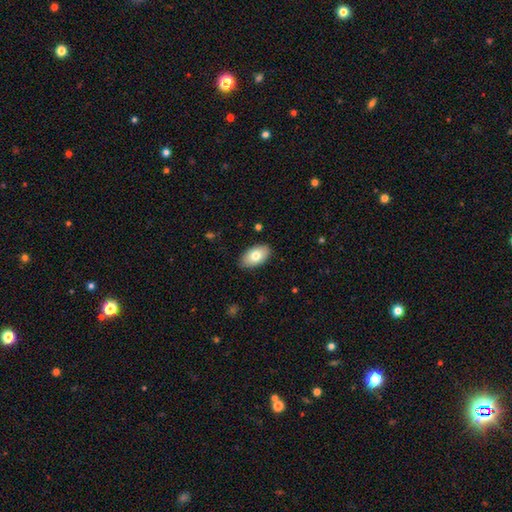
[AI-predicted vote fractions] smooth-or-featured: smooth: 77% | featured or disk: 17% | star or artifact: 7%
  how-rounded: in between: 94% | round: 4% | cigar-shaped: 1%
  merging: none: 87% | minor disturbance: 10% | major disturbance: 2% | merger: 1%